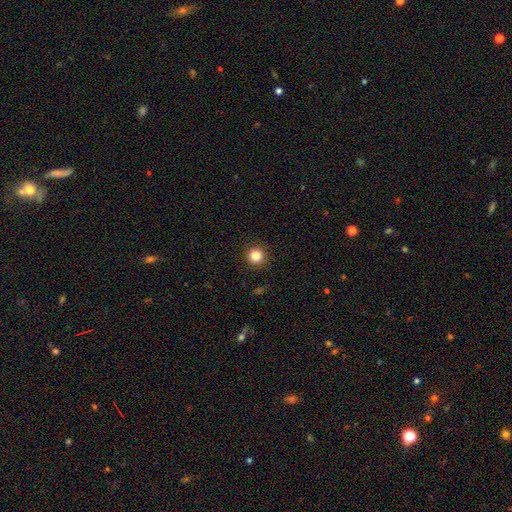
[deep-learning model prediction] A smooth galaxy with no disk features (84%) that is round (94%).

Vote fractions:
- Smooth or featured? smooth: 84% / star or artifact: 11% / featured or disk: 4%
- How rounded? round: 94% / in between: 5% / cigar-shaped: 1%
- Merging? none: 91% / minor disturbance: 6% / major disturbance: 2% / merger: 1%